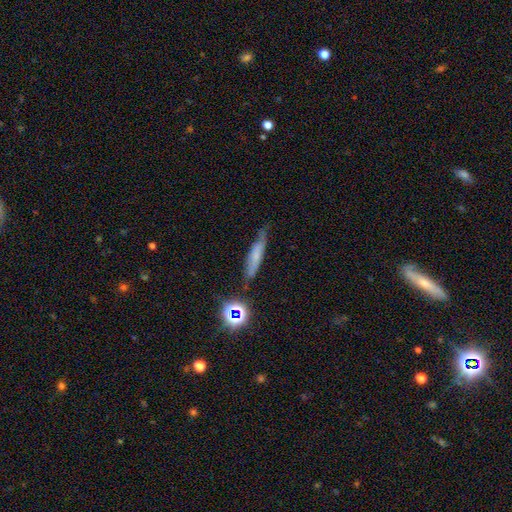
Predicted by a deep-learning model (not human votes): The model was most divided on "smooth or featured": smooth: 57%, featured or disk: 28%, star or artifact: 14%. More confident: how rounded — cigar-shaped (82%); merging — none (68%).